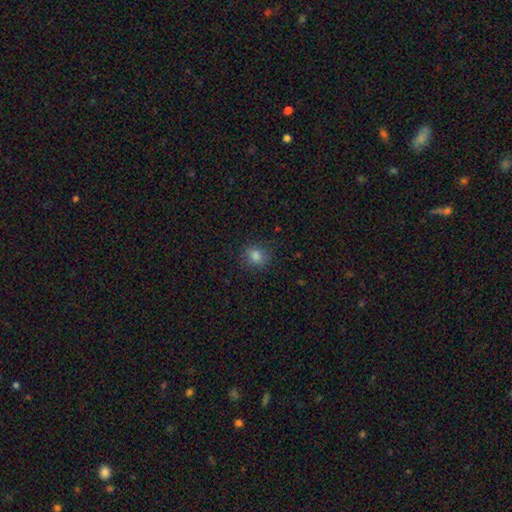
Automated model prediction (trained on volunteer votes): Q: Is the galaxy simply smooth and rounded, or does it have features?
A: smooth — 82%.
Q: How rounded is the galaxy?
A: round — 76%.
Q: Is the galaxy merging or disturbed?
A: none — 87%.